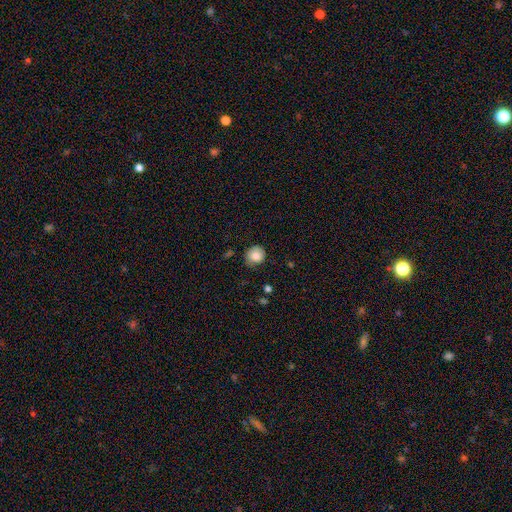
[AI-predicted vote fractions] The model was most divided on "merging": none: 71%, minor disturbance: 22%, major disturbance: 5%, merger: 1%. More confident: smooth or featured — smooth (82%); how rounded — round (81%).